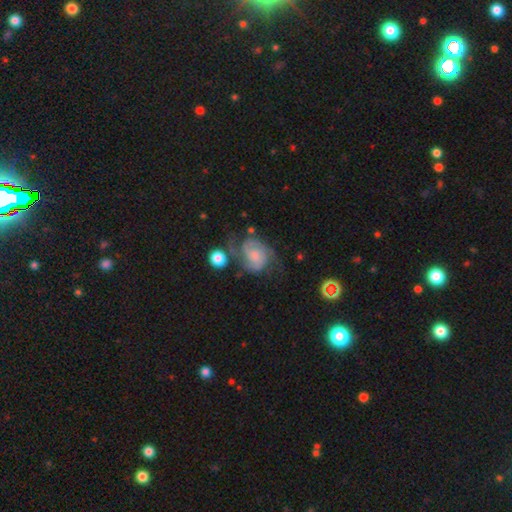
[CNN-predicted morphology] A featured or disk galaxy (79%) with no bar (62%), 2 (73%) medium (46%) spiral arms (95%) and a small central bulge (42%).

Vote fractions:
- Smooth or featured? featured or disk: 79% / smooth: 14% / star or artifact: 7%
- Edge-on disk? no: 98% / yes: 2%
- Bar? no: 62% / weak: 33% / strong: 5%
- Spiral arms? yes: 95% / no: 5%
- Spiral winding? medium: 46% / tight: 37% / loose: 17%
- Spiral arm count? 2: 73% / can't tell: 11% / 3: 8% / 1: 3% / 4: 2% / more than 4: 2%
- Bulge size? small: 42% / moderate: 26% / none: 21% / large: 8% / dominant: 2%
- Merging? none: 52% / minor disturbance: 23% / major disturbance: 18% / merger: 8%